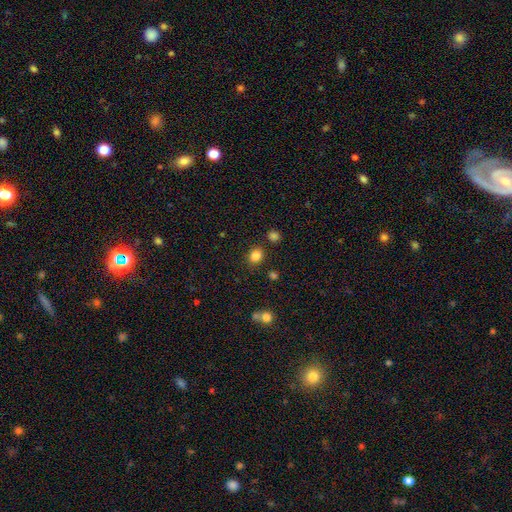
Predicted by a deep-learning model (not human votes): Smooth or featured: smooth — 84% (star or artifact — 12%)
How rounded: round — 69% (in between — 31%)
Merging: none — 84% (minor disturbance — 9%)